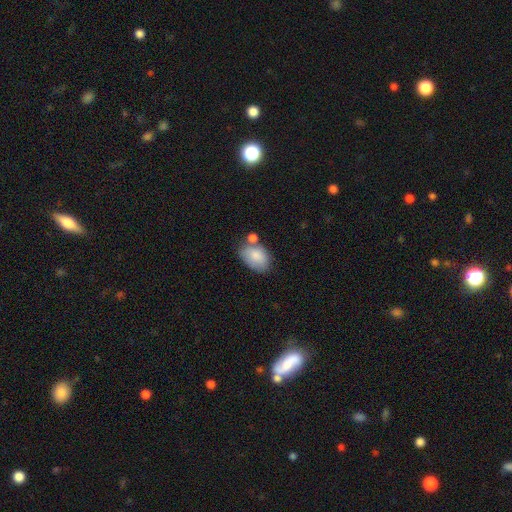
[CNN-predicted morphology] Smooth or featured?
  - smooth: 82% *
  - featured or disk: 11%
  - star or artifact: 7%
How rounded?
  - in between: 88% *
  - round: 11%
  - cigar-shaped: 1%
Merging?
  - none: 49% *
  - merger: 23%
  - minor disturbance: 22%
  - major disturbance: 7%